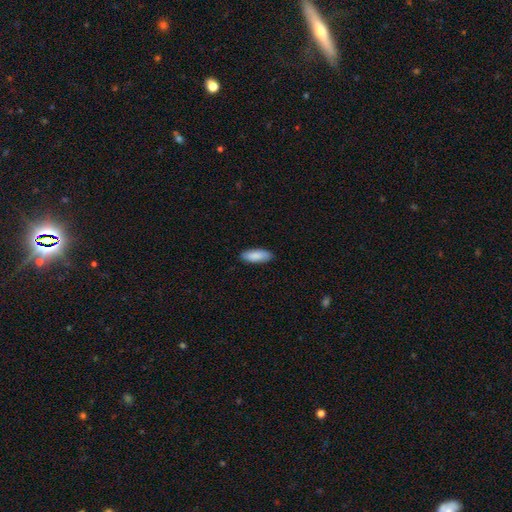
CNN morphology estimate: A smooth galaxy with no disk features (89%) that is in between round and cigar-shaped (74%). Merging: none (88%).